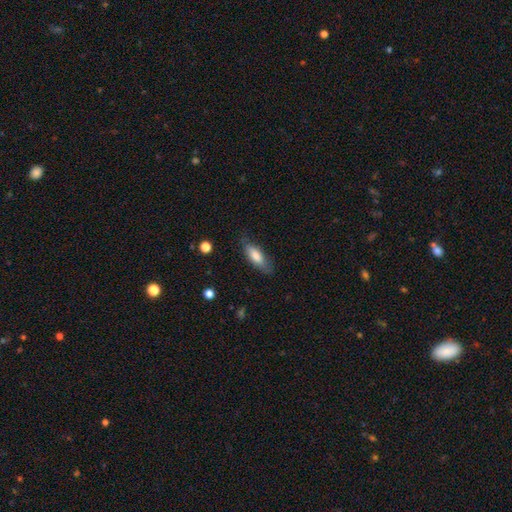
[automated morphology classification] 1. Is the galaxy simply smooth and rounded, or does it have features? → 76% smooth, 18% featured or disk, 6% star or artifact.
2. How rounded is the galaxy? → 66% in between, 32% cigar-shaped, 2% round.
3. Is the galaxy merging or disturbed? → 75% none, 19% minor disturbance, 5% major disturbance, 1% merger.